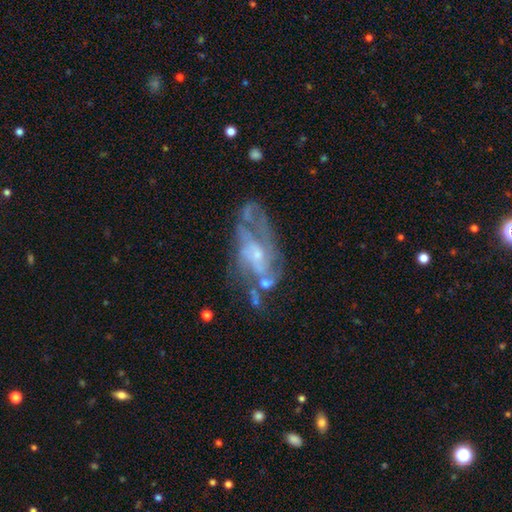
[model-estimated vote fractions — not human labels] This is likely a featured or disk galaxy (78%). It is clearly not viewed edge-on (93%). Bar: likely no (62%). Spiral arm pattern: likely yes (75%). Spiral arm count: marginally can't tell (43%). Spiral winding: marginally medium (42%). Central bulge: likely small (65%). Merging: marginally none (43%).